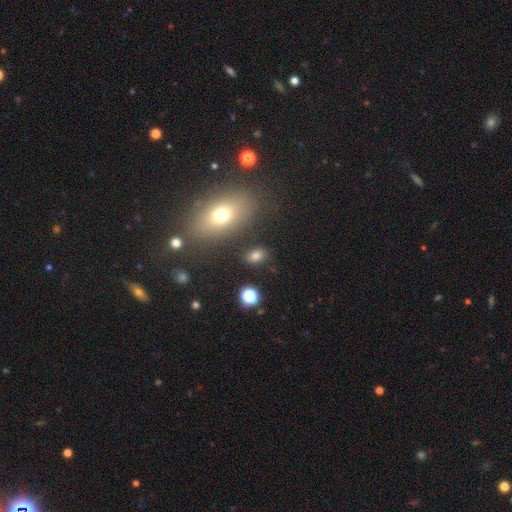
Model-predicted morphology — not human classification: smooth_or_featured: smooth (p=0.77) [alt: star or artifact p=0.15]
how_rounded: in between (p=0.76) [alt: round p=0.22]
merging: none (p=0.82) [alt: minor disturbance p=0.10]